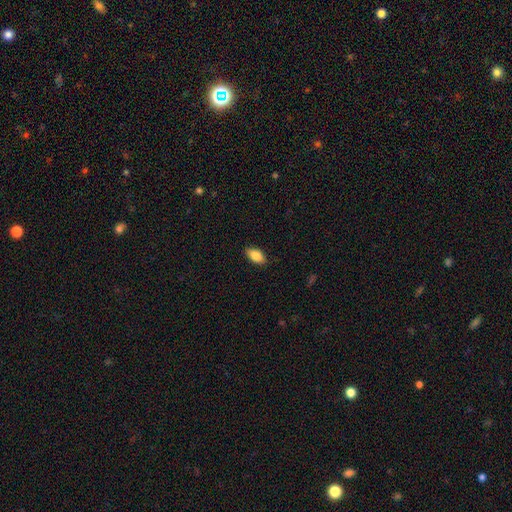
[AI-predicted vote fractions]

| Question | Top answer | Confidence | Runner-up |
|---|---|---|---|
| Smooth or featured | smooth | 84% | featured or disk (9%) |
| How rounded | in between | 91% | cigar-shaped (5%) |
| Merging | none | 87% | minor disturbance (10%) |